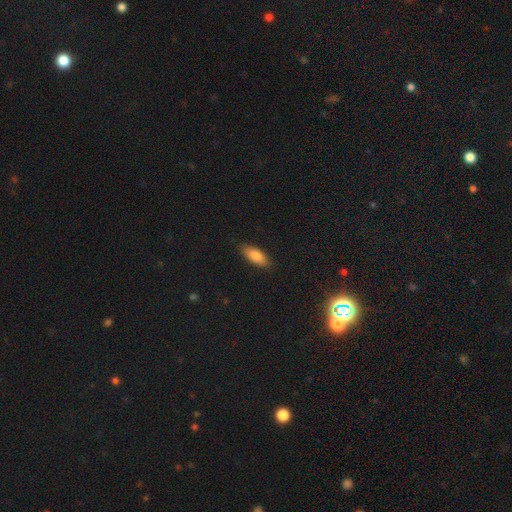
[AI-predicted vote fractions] Smooth or featured?
  - smooth: 84% *
  - featured or disk: 9%
  - star or artifact: 7%
How rounded?
  - in between: 81% *
  - cigar-shaped: 17%
  - round: 2%
Merging?
  - none: 86% *
  - minor disturbance: 11%
  - major disturbance: 2%
  - merger: 1%